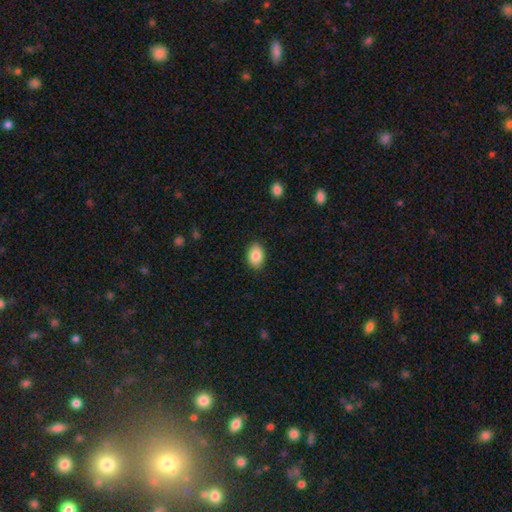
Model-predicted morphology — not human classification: smooth-or-featured: smooth: 86% | star or artifact: 7% | featured or disk: 6%
  how-rounded: in between: 81% | round: 18% | cigar-shaped: 1%
  merging: none: 89% | minor disturbance: 8% | major disturbance: 2% | merger: 1%